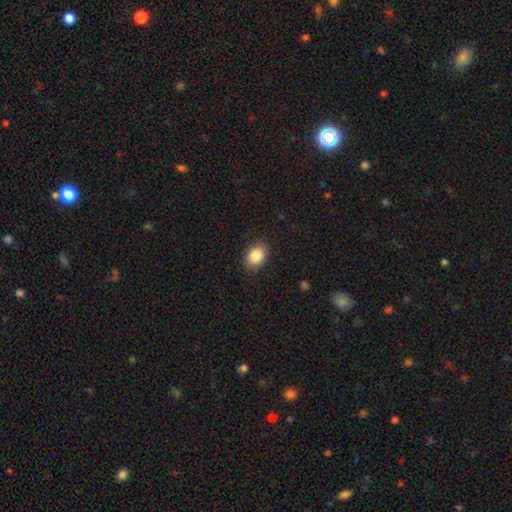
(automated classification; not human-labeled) Smooth or featured: smooth — 87% (star or artifact — 8%)
How rounded: in between — 75% (round — 24%)
Merging: none — 88% (minor disturbance — 9%)